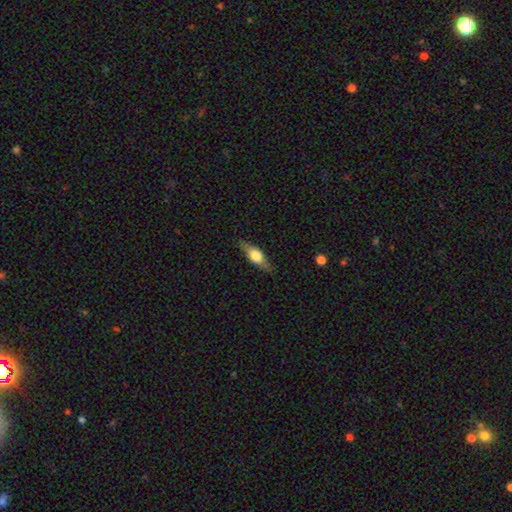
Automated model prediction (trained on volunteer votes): Smooth or featured? Predicted: smooth (p=0.50). Merging? Predicted: none (p=0.81).